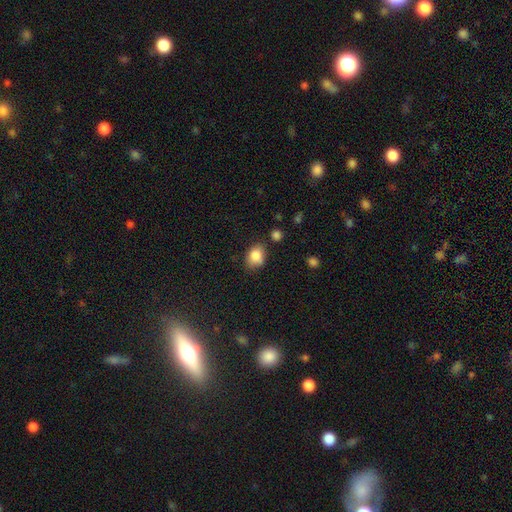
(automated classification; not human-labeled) Q: Smooth or featured?
A: smooth (84%); runner-up: star or artifact (9%)
Q: How rounded?
A: in between (64%); runner-up: round (35%)
Q: Merging?
A: none (65%); runner-up: minor disturbance (24%)